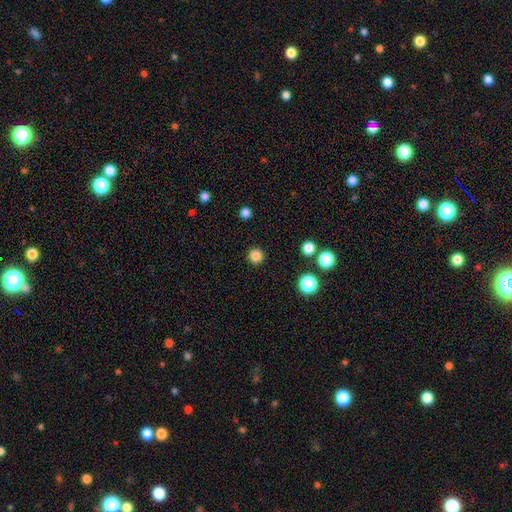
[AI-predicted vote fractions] Smooth or featured: smooth — 84% (star or artifact — 13%)
How rounded: round — 96% (in between — 3%)
Merging: none — 92% (minor disturbance — 5%)